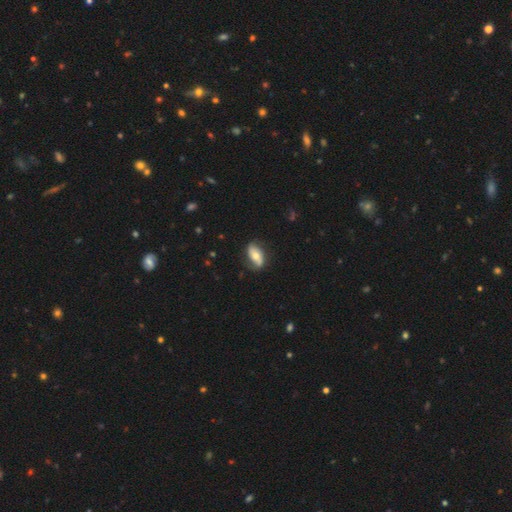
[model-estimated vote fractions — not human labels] smooth-or-featured: featured or disk: 48% | smooth: 46% | star or artifact: 6%
  merging: none: 74% | minor disturbance: 19% | major disturbance: 6% | merger: 1%